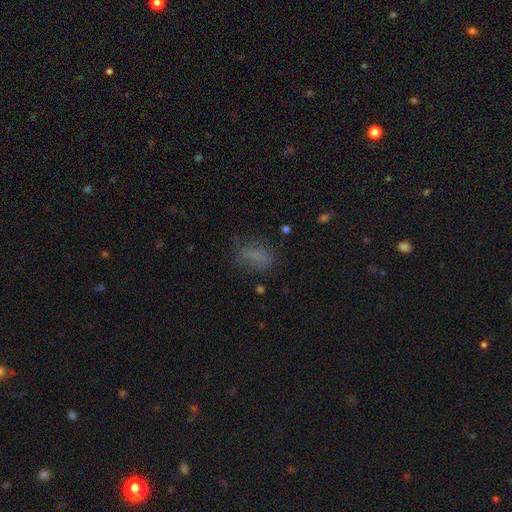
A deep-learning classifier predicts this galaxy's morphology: Q: Smooth or featured?
A: smooth (69%); runner-up: star or artifact (16%)
Q: How rounded?
A: in between (72%); runner-up: cigar-shaped (16%)
Q: Merging?
A: none (70%); runner-up: minor disturbance (18%)